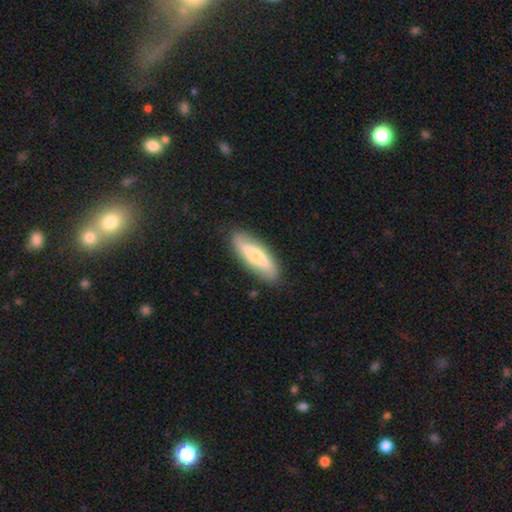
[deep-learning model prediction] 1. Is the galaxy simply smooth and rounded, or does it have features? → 50% smooth, 45% featured or disk, 5% star or artifact.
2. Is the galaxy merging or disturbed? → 86% none, 11% minor disturbance, 2% major disturbance, 1% merger.